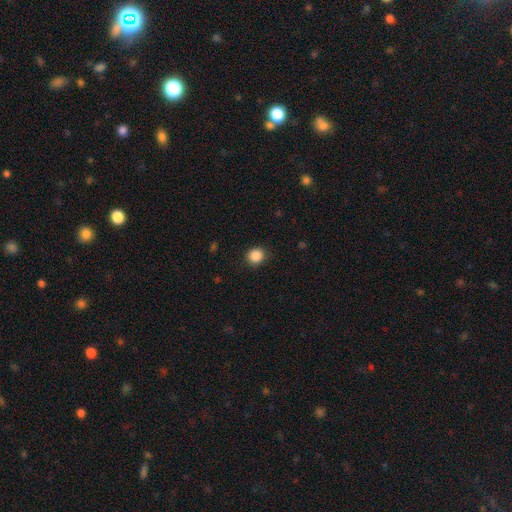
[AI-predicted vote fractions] A smooth galaxy with no disk features (87%) that is round (89%).

Vote fractions:
- Smooth or featured? smooth: 87% / star or artifact: 10% / featured or disk: 3%
- How rounded? round: 89% / in between: 10% / cigar-shaped: 1%
- Merging? none: 88% / minor disturbance: 9% / major disturbance: 3% / merger: 1%